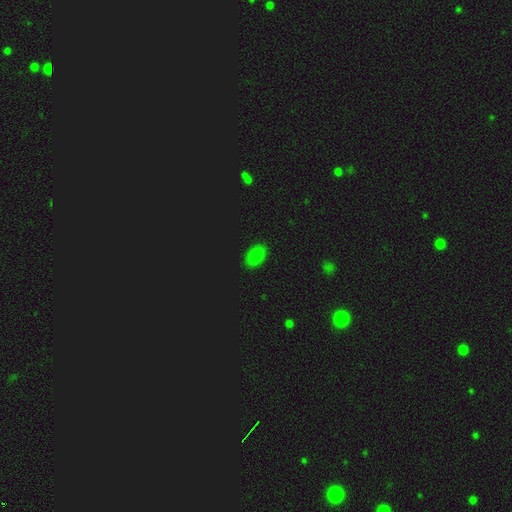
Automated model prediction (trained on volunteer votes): A smooth galaxy with no disk features (77%) that is in between round and cigar-shaped (84%).

Vote fractions:
- Smooth or featured? smooth: 77% / star or artifact: 16% / featured or disk: 7%
- How rounded? in between: 84% / round: 14% / cigar-shaped: 1%
- Merging? none: 87% / minor disturbance: 9% / major disturbance: 2% / merger: 1%